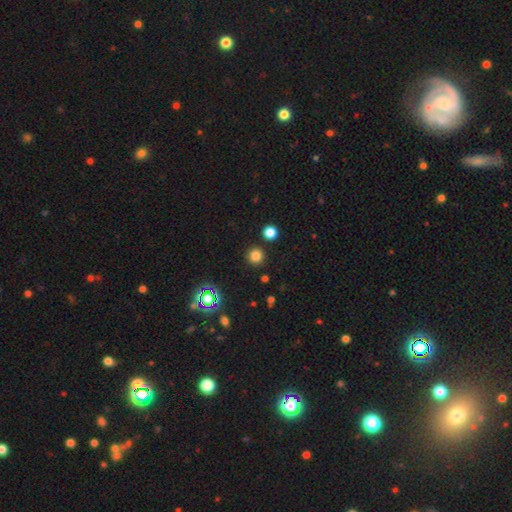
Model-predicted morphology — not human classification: The model was most divided on "smooth or featured": smooth: 78%, star or artifact: 17%, featured or disk: 5%. More confident: how rounded — round (95%); merging — none (90%).